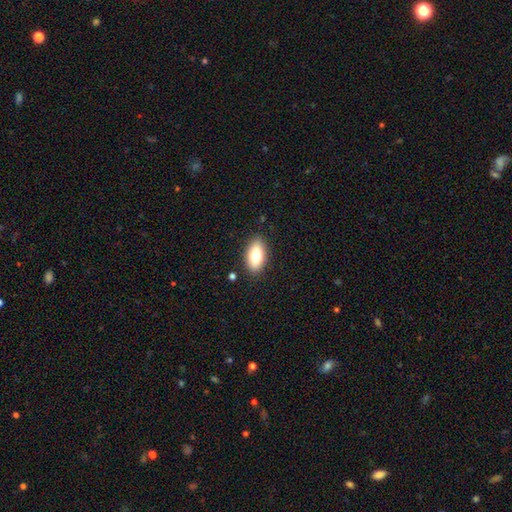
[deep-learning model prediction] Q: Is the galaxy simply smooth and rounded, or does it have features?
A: smooth — 79%.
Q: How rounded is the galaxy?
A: in between — 91%.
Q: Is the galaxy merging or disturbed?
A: none — 87%.